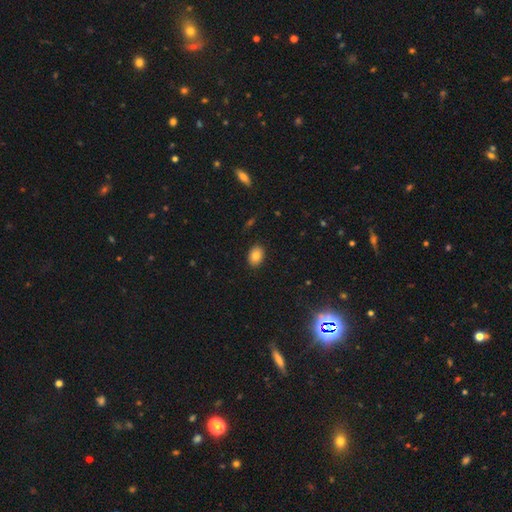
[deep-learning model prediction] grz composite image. It shows a smooth galaxy with no disk features (83%) that is in between round and cigar-shaped (77%). Merging: none (89%).